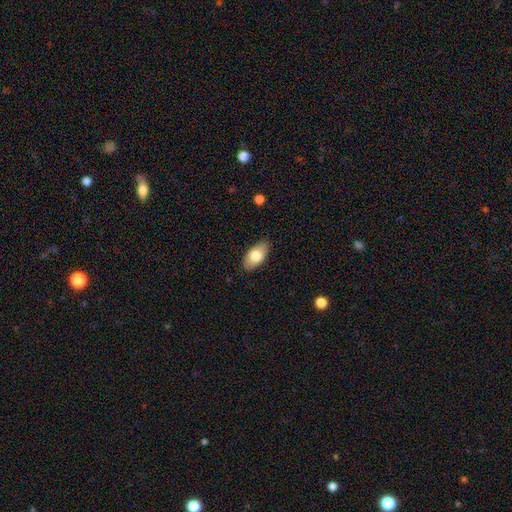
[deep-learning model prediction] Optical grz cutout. It shows a smooth galaxy with no disk features (78%) that is in between round and cigar-shaped (93%). Merging: none (84%).